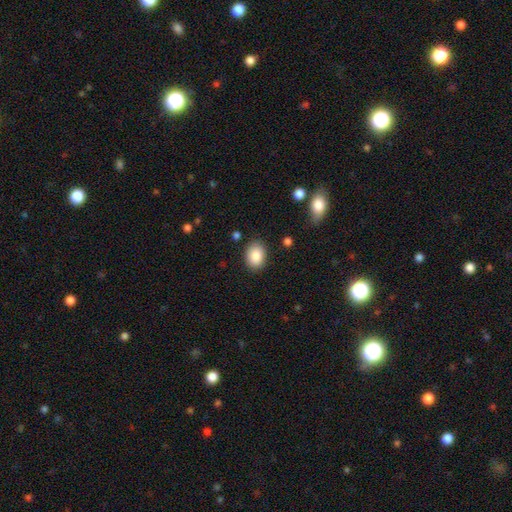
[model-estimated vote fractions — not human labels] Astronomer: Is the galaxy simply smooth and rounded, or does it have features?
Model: smooth — 87%.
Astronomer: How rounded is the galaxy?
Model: in between — 73%.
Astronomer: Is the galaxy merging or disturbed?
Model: none — 86%.